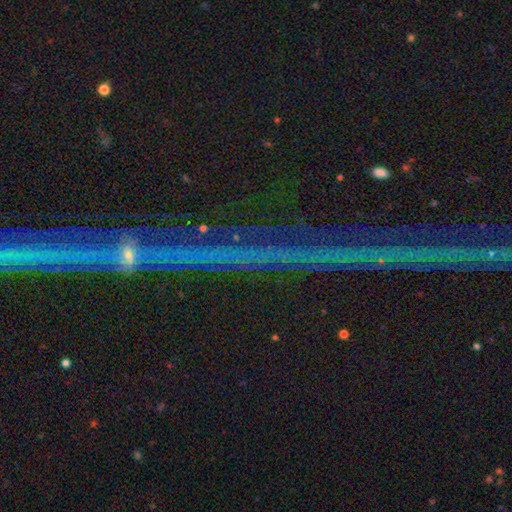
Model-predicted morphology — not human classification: This appears to be a star or artifact, not a galaxy (84%).